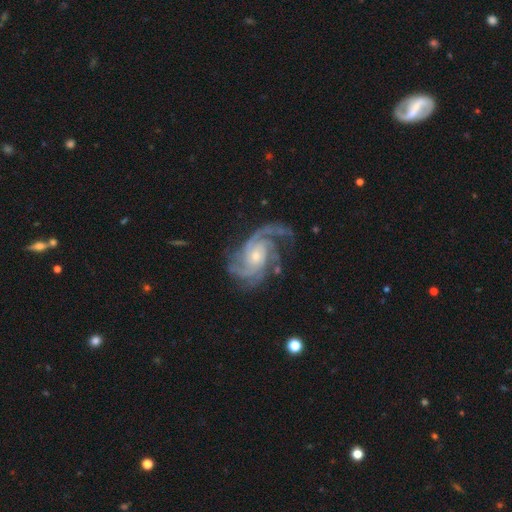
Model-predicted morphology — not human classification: Smooth or featured?
  - featured or disk: 93% *
  - star or artifact: 4%
  - smooth: 3%
Edge-on disk?
  - no: 98% *
  - yes: 2%
Bar?
  - no: 68% *
  - weak: 25%
  - strong: 7%
Spiral arms?
  - yes: 99% *
  - no: 1%
Spiral winding?
  - tight: 49% *
  - medium: 43%
  - loose: 8%
Spiral arm count?
  - 3: 38% *
  - 4: 20%
  - 2: 16%
  - can't tell: 11%
  - more than 4: 7%
  - 1: 7%
Bulge size?
  - small: 63% *
  - moderate: 32%
  - large: 2%
  - none: 2%
  - dominant: 1%
Merging?
  - none: 68% *
  - minor disturbance: 18%
  - major disturbance: 12%
  - merger: 2%